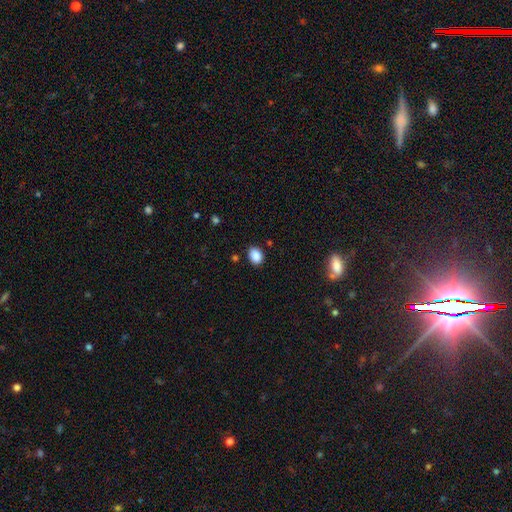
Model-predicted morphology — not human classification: The model was most divided on "how rounded": in between: 67%, round: 32%, cigar-shaped: 1%. More confident: smooth or featured — smooth (88%); merging — none (86%).